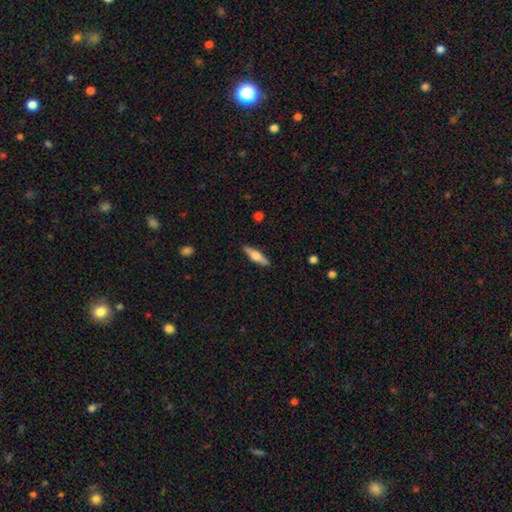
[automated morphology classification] Smooth or featured?
  - smooth: 51% *
  - featured or disk: 43%
  - star or artifact: 6%
How rounded?
  - cigar-shaped: 66% *
  - in between: 31%
  - round: 2%
Merging?
  - none: 87% *
  - minor disturbance: 9%
  - major disturbance: 2%
  - merger: 1%